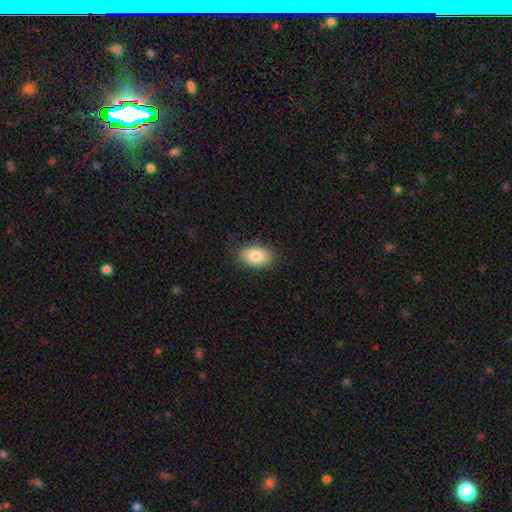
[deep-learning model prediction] Smooth or featured: smooth — 83% (featured or disk — 10%)
How rounded: in between — 90% (round — 9%)
Merging: none — 85% (minor disturbance — 11%)